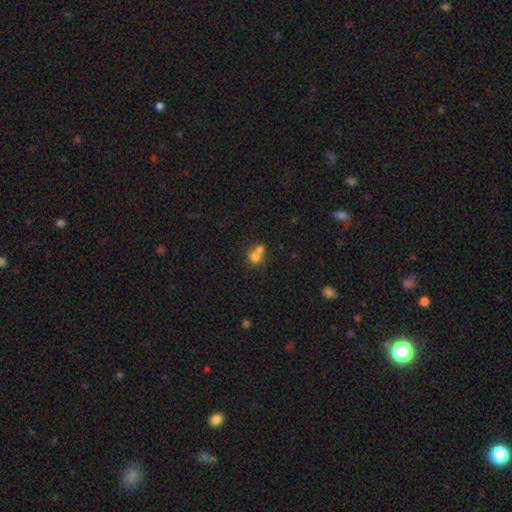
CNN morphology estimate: Overall: smooth (74%). How rounded: round (79%). Merging: merger (60%; none 31%).